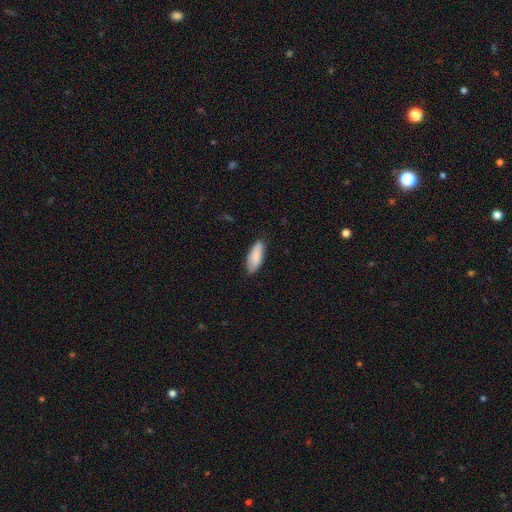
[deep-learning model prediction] Morphology: type=smooth (84%); roundness=in between (73%); merging=none (81%).